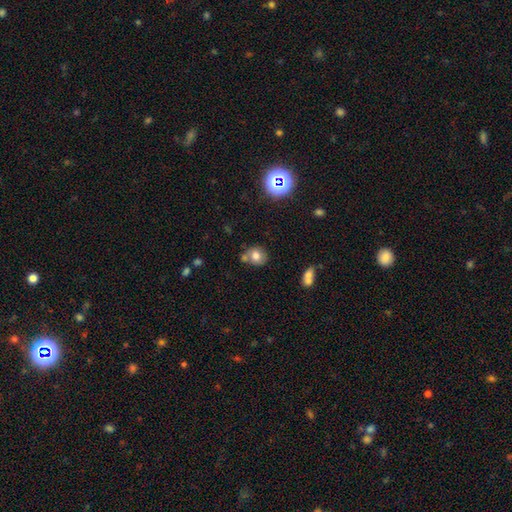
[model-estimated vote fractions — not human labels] A smooth galaxy with no disk features (75%) that is round (75%). Merging: none (58%).